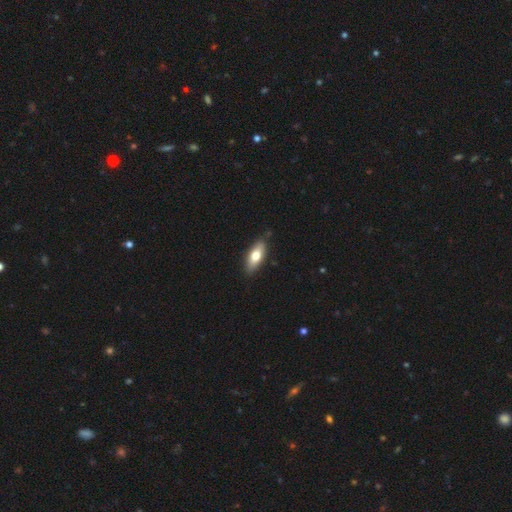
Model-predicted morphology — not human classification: smooth-or-featured: smooth: 68% | featured or disk: 26% | star or artifact: 6%
  how-rounded: in between: 74% | cigar-shaped: 23% | round: 3%
  merging: none: 84% | minor disturbance: 13% | major disturbance: 2% | merger: 2%